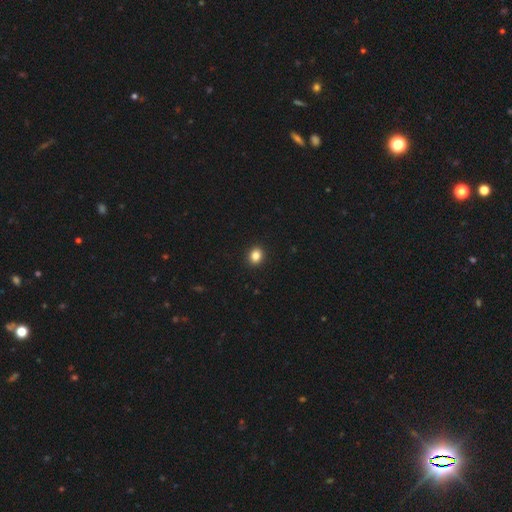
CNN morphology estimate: Smooth or featured?
  - smooth: 86% *
  - star or artifact: 10%
  - featured or disk: 4%
How rounded?
  - round: 60% *
  - in between: 39%
  - cigar-shaped: 1%
Merging?
  - none: 92% *
  - minor disturbance: 5%
  - major disturbance: 2%
  - merger: 1%